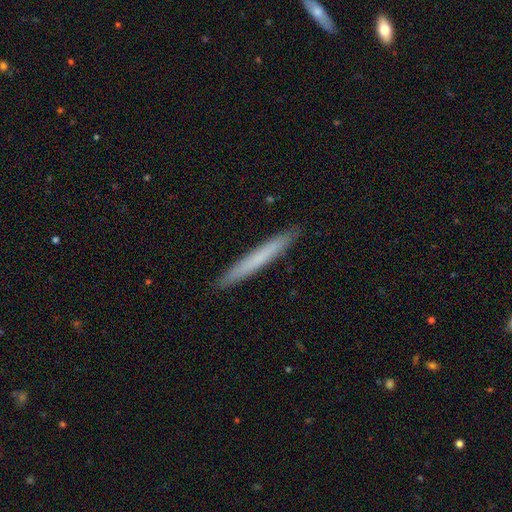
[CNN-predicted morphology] smooth_or_featured: smooth (p=0.63) [alt: featured or disk p=0.30]
how_rounded: cigar-shaped (p=0.97) [alt: in between p=0.02]
merging: none (p=0.92) [alt: minor disturbance p=0.06]